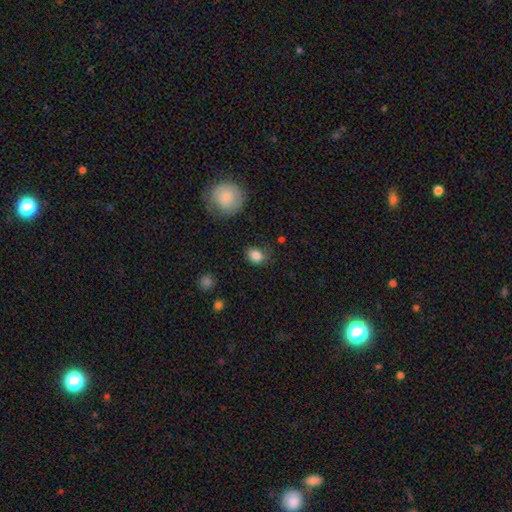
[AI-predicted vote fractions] This appears to be a smooth galaxy with no disk features (85%) that is round (55%). Merging: none (69%).